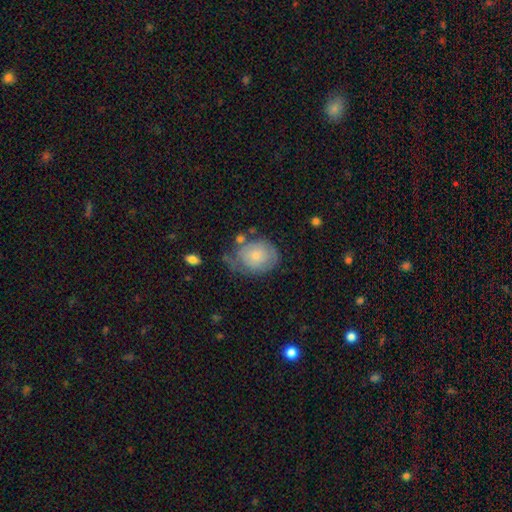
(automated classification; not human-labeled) Overall: smooth (66%; featured or disk 27%). How rounded: round (56%; in between 43%). Merging: none (47%; minor disturbance 32%).